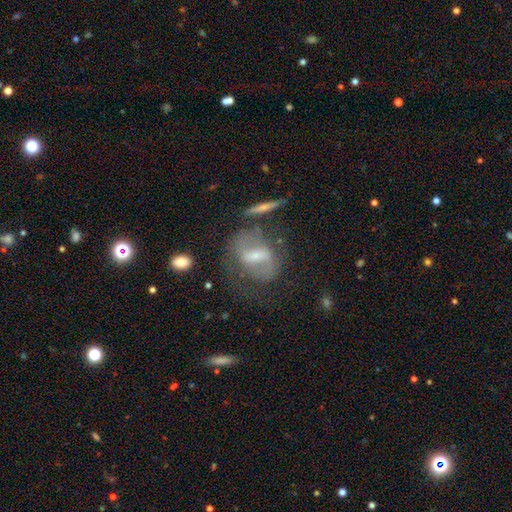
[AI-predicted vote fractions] featured or disk 66%, smooth 25%, star or artifact 9%. Down the decision tree: edge-on disk — no (90%); bar — strong (46%); spiral arms — yes (67%); bulge size — small (44%); merging — none (55%).